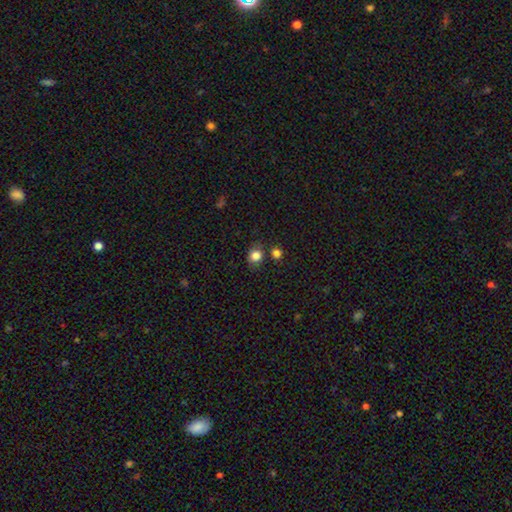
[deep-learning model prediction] Overall: smooth (84%). How rounded: round (76%). Merging: none (74%).